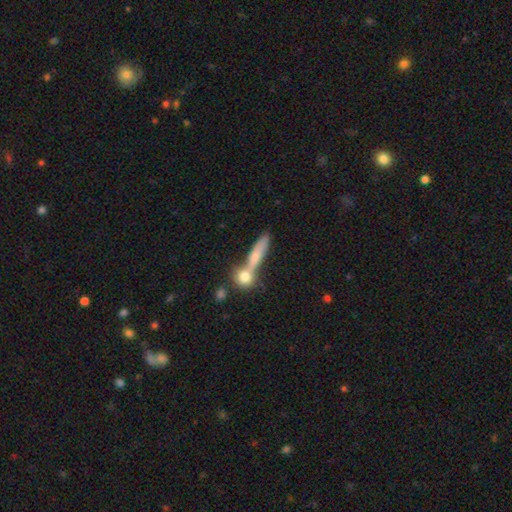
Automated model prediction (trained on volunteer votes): smooth_or_featured: smooth (p=0.68) [alt: featured or disk p=0.23]
how_rounded: cigar-shaped (p=0.62) [alt: in between p=0.25]
merging: none (p=0.44) [alt: merger p=0.38]